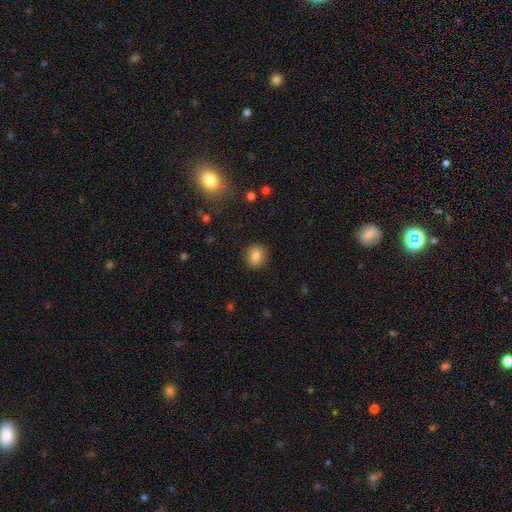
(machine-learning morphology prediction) This appears to be a smooth galaxy with no disk features (81%) that is round (82%). Merging: none (89%).